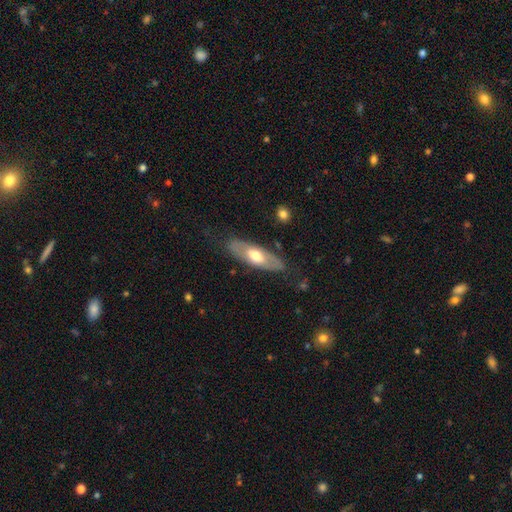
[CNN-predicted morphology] smooth 50%, featured or disk 45%, star or artifact 5%. Down the decision tree: merging — none (82%).